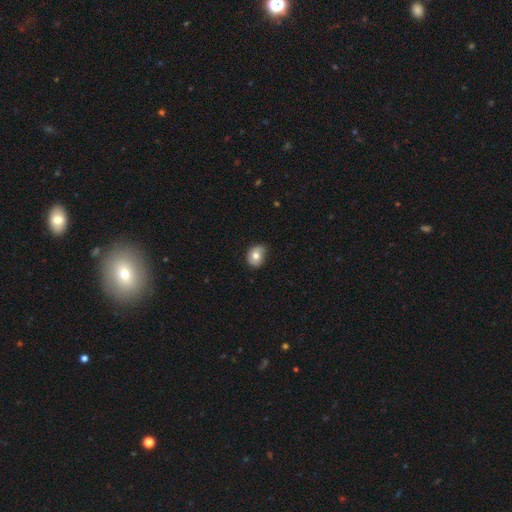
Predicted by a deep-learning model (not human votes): smooth 70%, featured or disk 22%, star or artifact 8%. Down the decision tree: how rounded — round (54%); merging — none (62%).